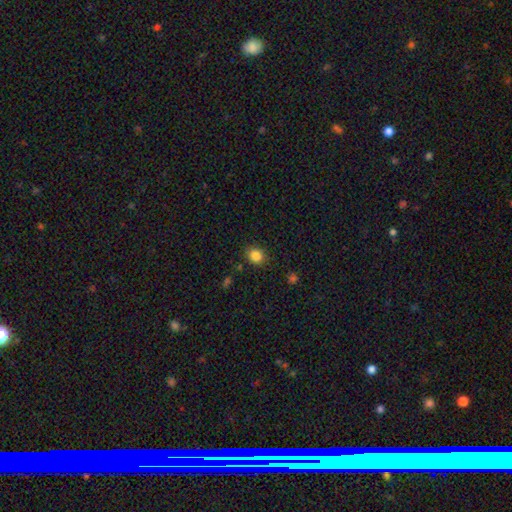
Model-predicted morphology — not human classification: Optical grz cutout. It shows a smooth galaxy with no disk features (85%) that is round (69%). Merging: none (85%).